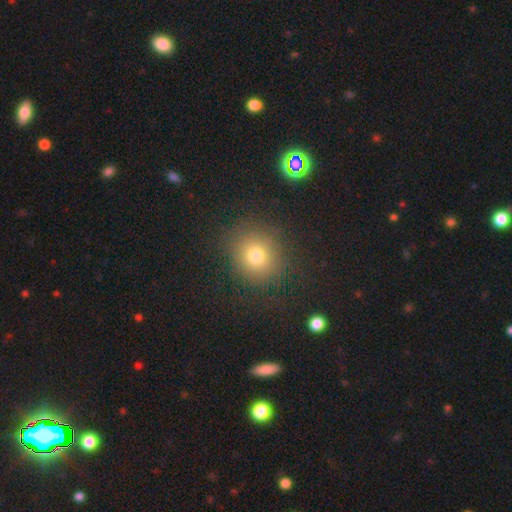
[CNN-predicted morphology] This is likely a smooth galaxy (75%). How rounded: clearly round (85%). Merging: clearly none (85%).